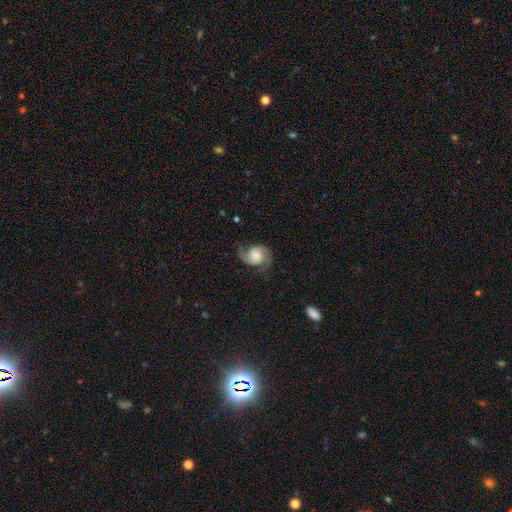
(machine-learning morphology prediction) This is clearly a featured or disk galaxy (81%). It is clearly not viewed edge-on (98%). Bar: likely no (66%). Spiral arm pattern: clearly yes (96%). Spiral arm count: clearly 2 (90%). Spiral winding: possibly medium (49%). Central bulge: marginally moderate (37%). Merging: likely none (68%).